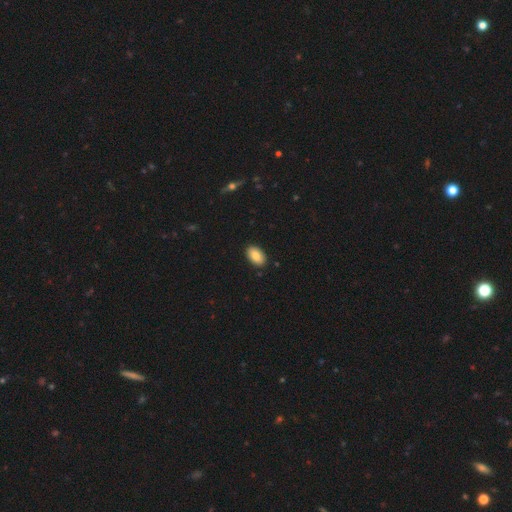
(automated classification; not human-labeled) Overall: smooth (86%). How rounded: in between (93%). Merging: none (90%).